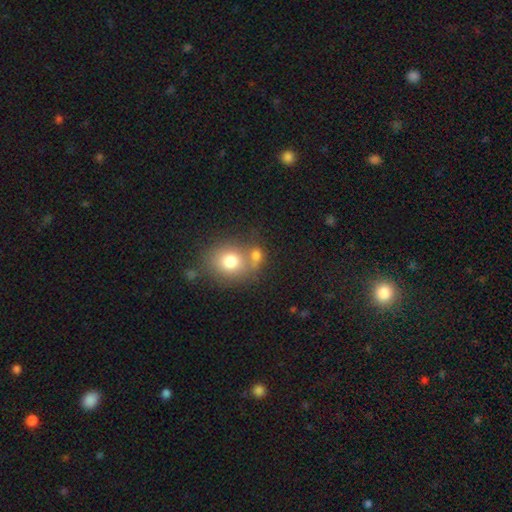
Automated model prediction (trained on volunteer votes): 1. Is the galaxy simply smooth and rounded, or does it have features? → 74% smooth, 13% featured or disk, 13% star or artifact.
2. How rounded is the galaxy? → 65% round, 34% in between, 2% cigar-shaped.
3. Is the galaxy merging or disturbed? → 43% merger, 41% none, 10% minor disturbance, 6% major disturbance.